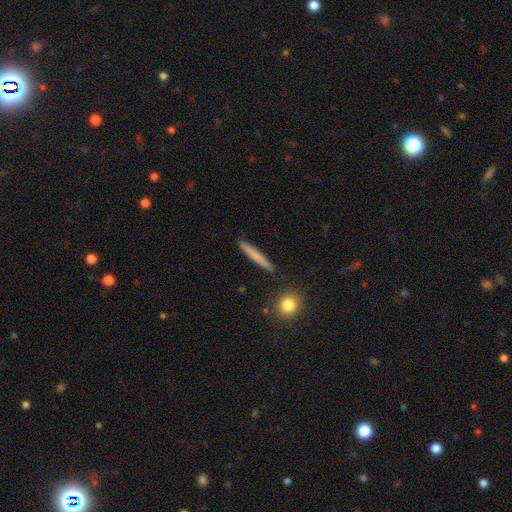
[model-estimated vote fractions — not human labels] Smooth or featured? smooth (69%)
How rounded? cigar-shaped (95%)
Merging? none (90%)